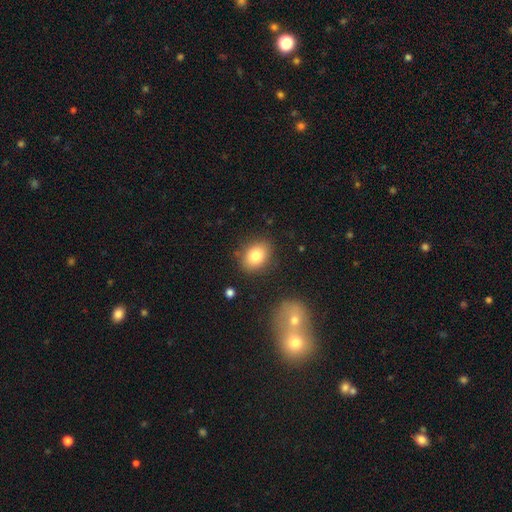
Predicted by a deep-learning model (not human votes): This appears to be a smooth galaxy with no disk features (81%) that is in between round and cigar-shaped (64%). Merging: none (84%).